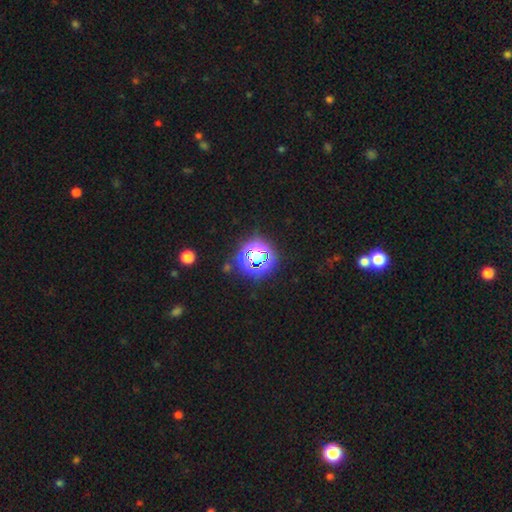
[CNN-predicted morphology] smooth-or-featured: star or artifact: 65% | smooth: 24% | featured or disk: 11%